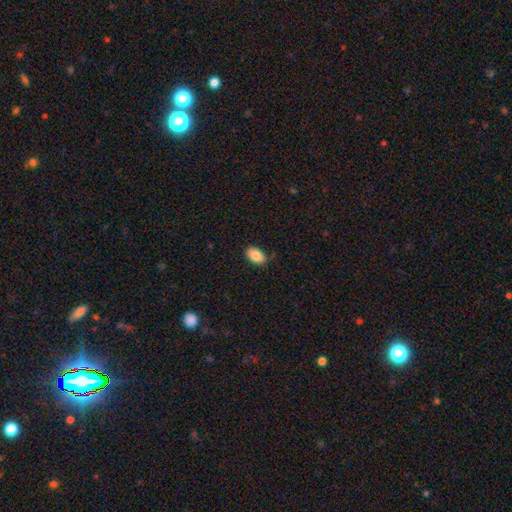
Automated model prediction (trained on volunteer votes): This is clearly a smooth galaxy (85%). How rounded: clearly in between (92%). Merging: clearly none (86%).